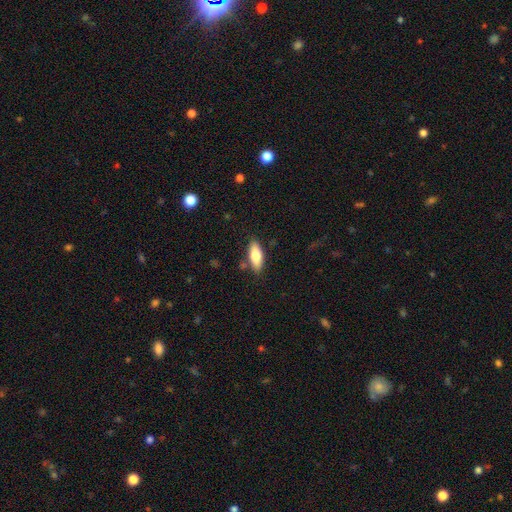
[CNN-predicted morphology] The model was most divided on "how rounded": in between: 75%, cigar-shaped: 23%, round: 2%. More confident: merging — none (81%); smooth or featured — smooth (74%).